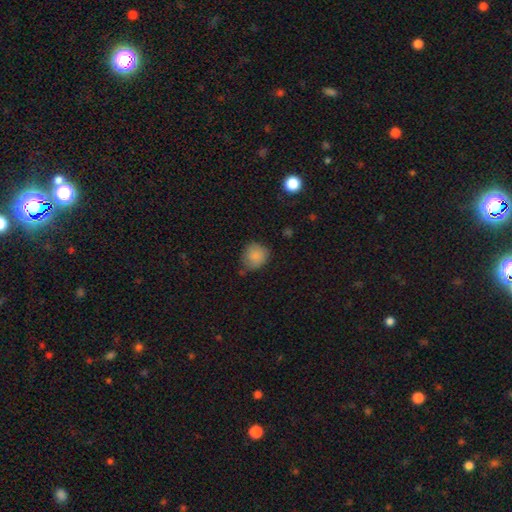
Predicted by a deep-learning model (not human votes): The model was most divided on "merging": none: 63%, minor disturbance: 28%, major disturbance: 5%, merger: 4%. More confident: smooth or featured — smooth (85%); how rounded — round (77%).